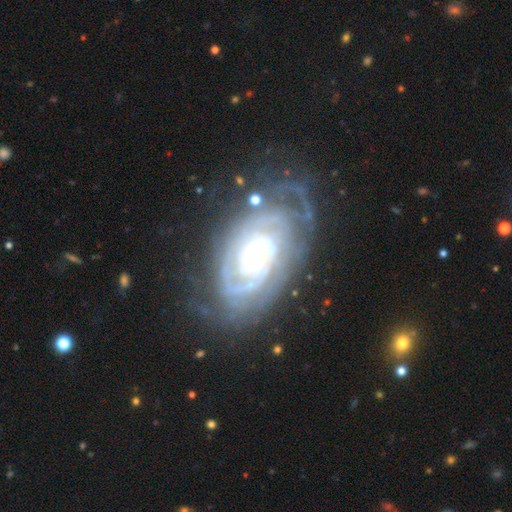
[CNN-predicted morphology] Overall: featured or disk (89%). Edge-on disk: no (95%). Bar: no (64%; weak 25%). Spiral arms: yes (97%). Spiral arm count: can't tell (32%; 2 23%). Spiral winding: tight (78%). Bulge size: moderate (50%; small 43%). Merging: none (67%).